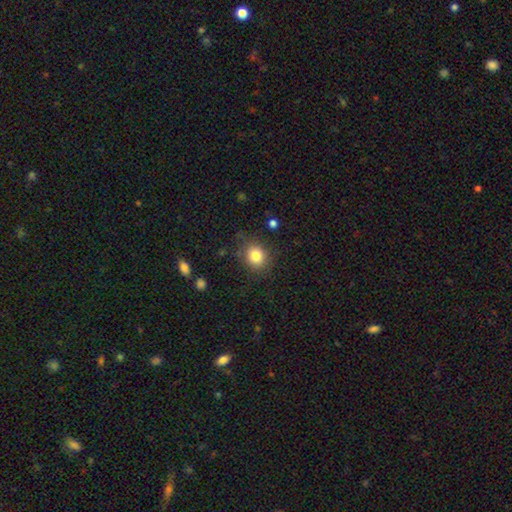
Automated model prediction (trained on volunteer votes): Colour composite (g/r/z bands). It shows a smooth galaxy with no disk features (82%) that is round (74%). Merging: none (82%).